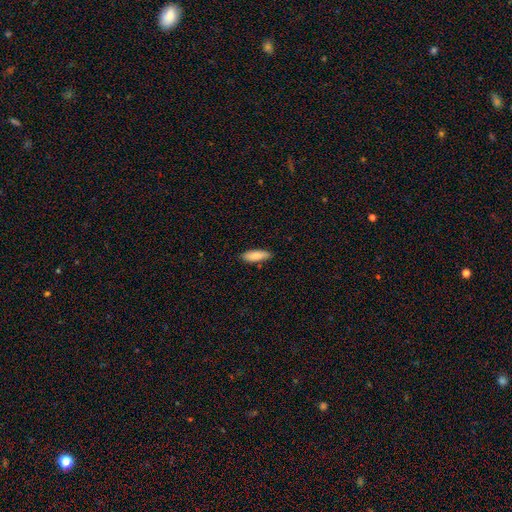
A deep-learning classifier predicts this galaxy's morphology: Overall: smooth (85%). How rounded: in between (57%; cigar-shaped 42%). Merging: none (83%).